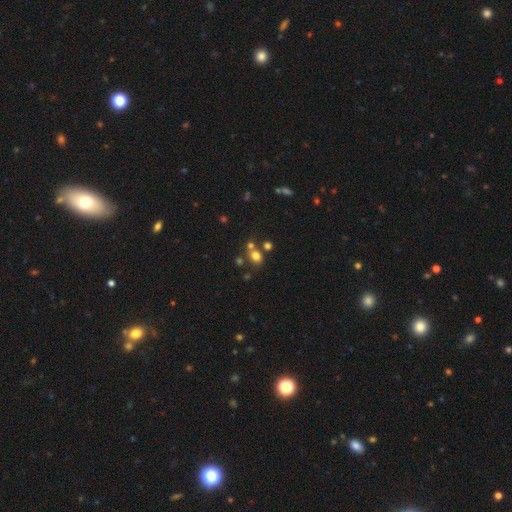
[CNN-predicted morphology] A smooth galaxy with no disk features (72%) that is round (65%).

Vote fractions:
- Smooth or featured? smooth: 72% / star or artifact: 19% / featured or disk: 10%
- How rounded? round: 65% / in between: 34% / cigar-shaped: 1%
- Merging? none: 60% / merger: 26% / minor disturbance: 10% / major disturbance: 4%